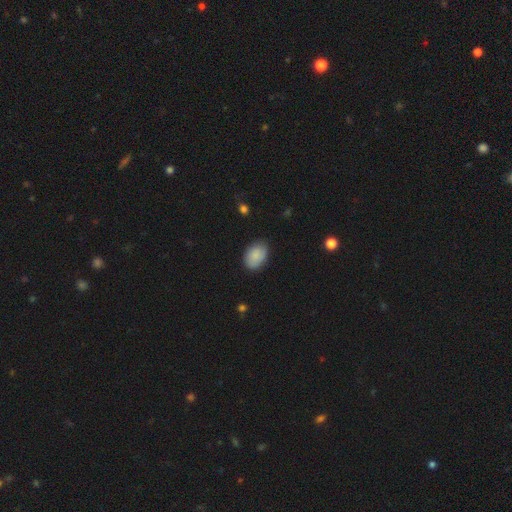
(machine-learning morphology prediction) smooth-or-featured: smooth: 86% | featured or disk: 7% | star or artifact: 7%
  how-rounded: in between: 85% | round: 14% | cigar-shaped: 1%
  merging: none: 82% | minor disturbance: 14% | major disturbance: 3% | merger: 1%